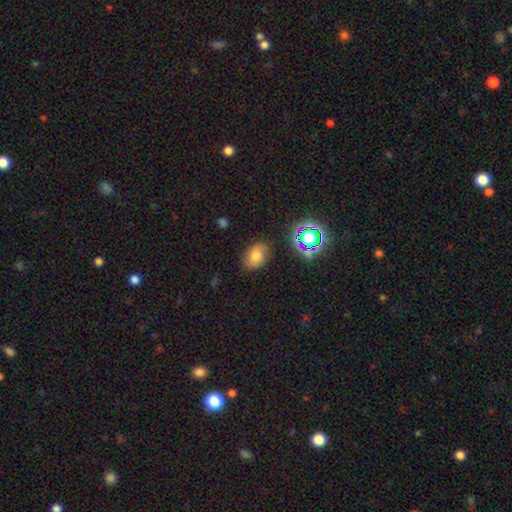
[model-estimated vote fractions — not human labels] smooth_or_featured: smooth (p=0.71) [alt: featured or disk p=0.15]
how_rounded: in between (p=0.77) [alt: round p=0.22]
merging: none (p=0.81) [alt: minor disturbance p=0.14]